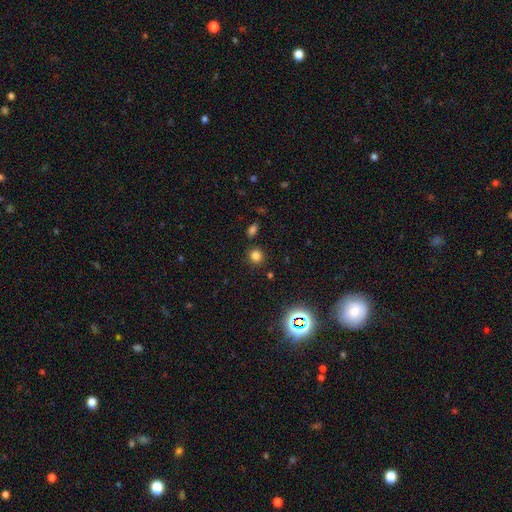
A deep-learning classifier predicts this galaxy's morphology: smooth-or-featured: smooth: 79% | star or artifact: 16% | featured or disk: 5%
  how-rounded: round: 85% | in between: 14% | cigar-shaped: 1%
  merging: none: 86% | minor disturbance: 7% | merger: 4% | major disturbance: 3%